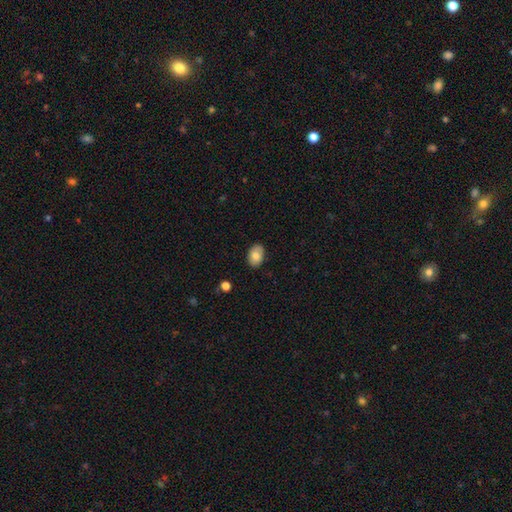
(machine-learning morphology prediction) A smooth galaxy with no disk features (80%) that is in between round and cigar-shaped (86%).

Vote fractions:
- Smooth or featured? smooth: 80% / featured or disk: 12% / star or artifact: 7%
- How rounded? in between: 86% / round: 13% / cigar-shaped: 1%
- Merging? none: 87% / minor disturbance: 10% / major disturbance: 2% / merger: 1%